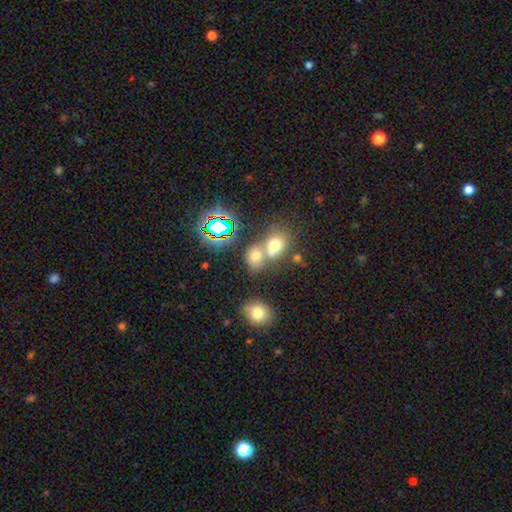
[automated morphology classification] smooth-or-featured: smooth: 62% | star or artifact: 26% | featured or disk: 12%
  how-rounded: in between: 53% | round: 46% | cigar-shaped: 2%
  merging: merger: 47% | none: 41% | minor disturbance: 8% | major disturbance: 4%